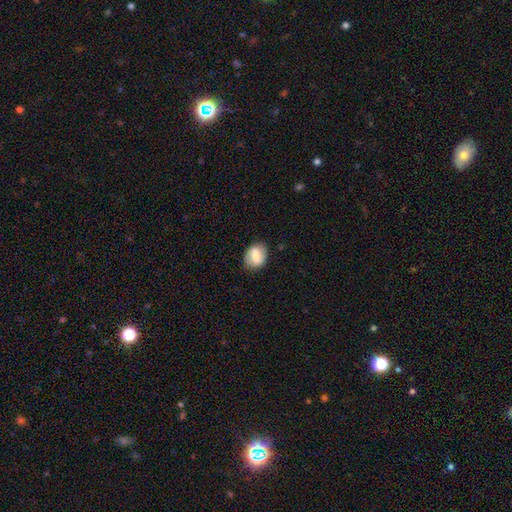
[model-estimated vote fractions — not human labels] smooth-or-featured: smooth: 56% | featured or disk: 36% | star or artifact: 8%
  how-rounded: in between: 60% | round: 38% | cigar-shaped: 2%
  merging: none: 82% | minor disturbance: 13% | major disturbance: 4% | merger: 1%